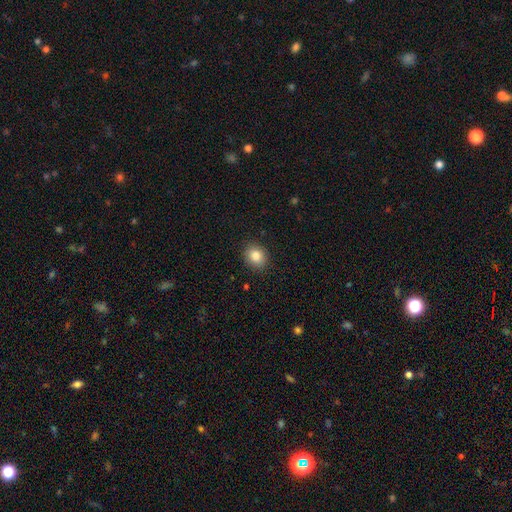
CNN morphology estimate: Smooth or featured?
  - smooth: 84% *
  - star or artifact: 10%
  - featured or disk: 6%
How rounded?
  - round: 60% *
  - in between: 39%
  - cigar-shaped: 1%
Merging?
  - none: 89% *
  - minor disturbance: 8%
  - major disturbance: 2%
  - merger: 1%